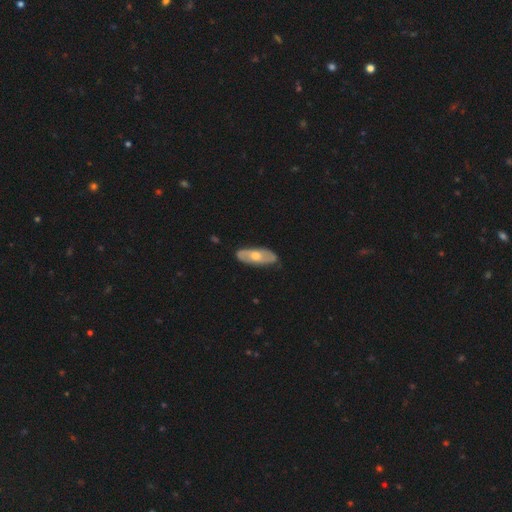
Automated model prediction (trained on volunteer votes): Overall: featured or disk (60%; smooth 35%). Edge-on disk: no (79%). Merging: none (84%).